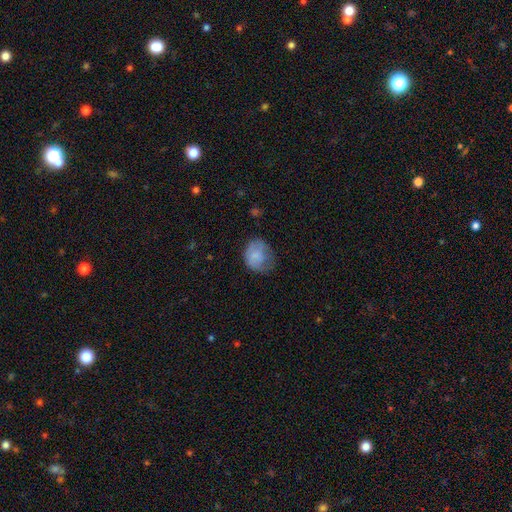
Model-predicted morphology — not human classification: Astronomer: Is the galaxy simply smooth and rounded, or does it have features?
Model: smooth — 72%.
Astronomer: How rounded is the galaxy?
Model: round — 64%.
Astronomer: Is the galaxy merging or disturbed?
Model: none — 47% (runner-up: minor disturbance, 32%).